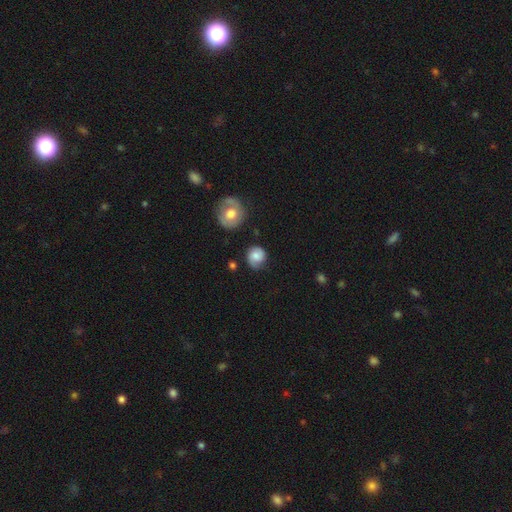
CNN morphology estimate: Smooth or featured: smooth — 58% (featured or disk — 34%)
How rounded: round — 83% (in between — 16%)
Merging: none — 65% (minor disturbance — 24%)